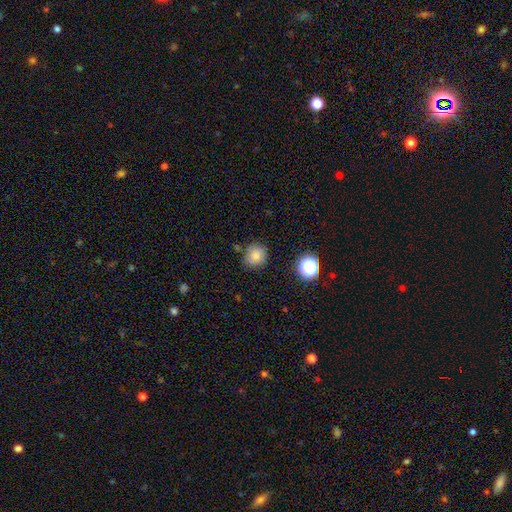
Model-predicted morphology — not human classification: A smooth galaxy with no disk features (81%) that is round (86%). Merging: none (78%).